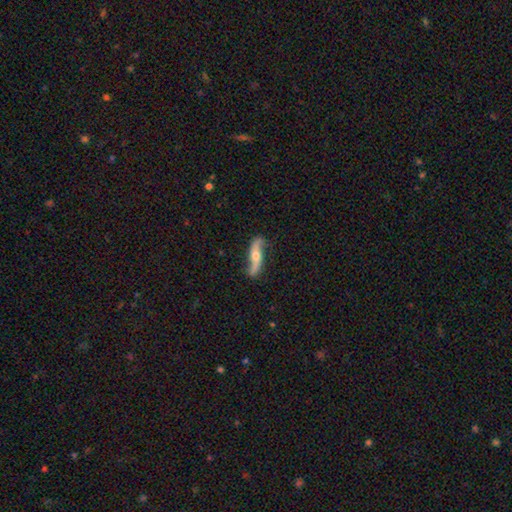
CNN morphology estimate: Overall: featured or disk (74%). Edge-on disk: no (66%; yes 34%). Merging: none (77%).